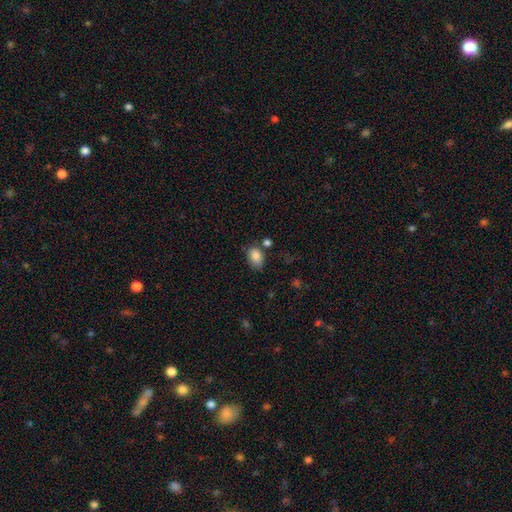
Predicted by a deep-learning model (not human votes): Smooth or featured: smooth — 85% (star or artifact — 8%)
How rounded: in between — 81% (round — 18%)
Merging: none — 66% (minor disturbance — 20%)